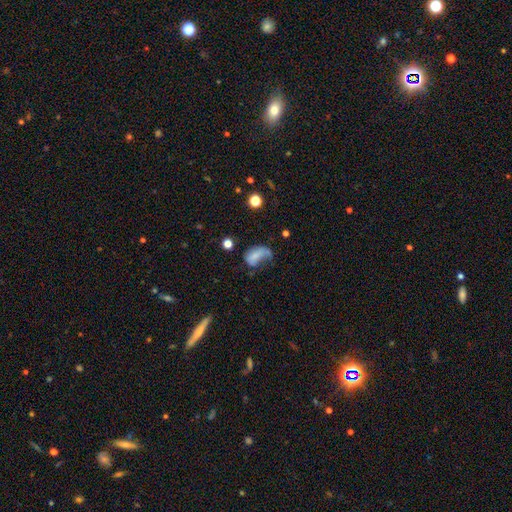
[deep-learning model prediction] Smooth or featured? Predicted: smooth (p=0.64). How rounded? Predicted: in between (p=0.87). Merging? Predicted: major disturbance (p=0.43).